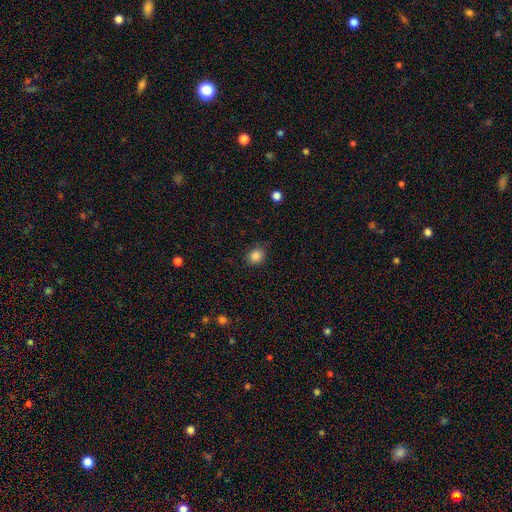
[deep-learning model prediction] This is clearly a smooth galaxy (86%). How rounded: likely round (69%). Merging: clearly none (82%).